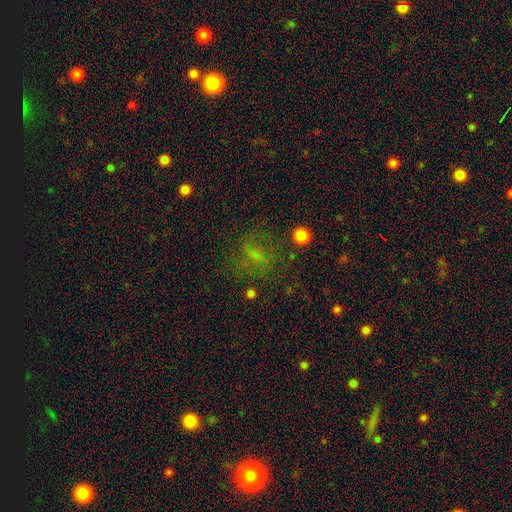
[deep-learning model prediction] smooth-or-featured: smooth: 53% | star or artifact: 26% | featured or disk: 21%
  how-rounded: round: 52% | in between: 45% | cigar-shaped: 3%
  merging: none: 62% | major disturbance: 17% | minor disturbance: 17% | merger: 3%